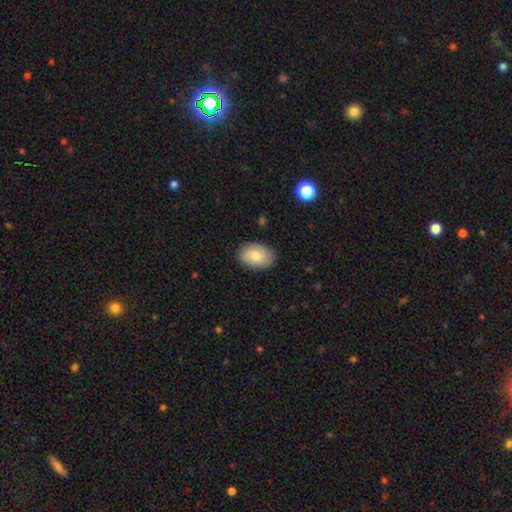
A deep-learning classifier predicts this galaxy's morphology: Smooth or featured? smooth (78%)
How rounded? in between (87%)
Merging? none (86%)